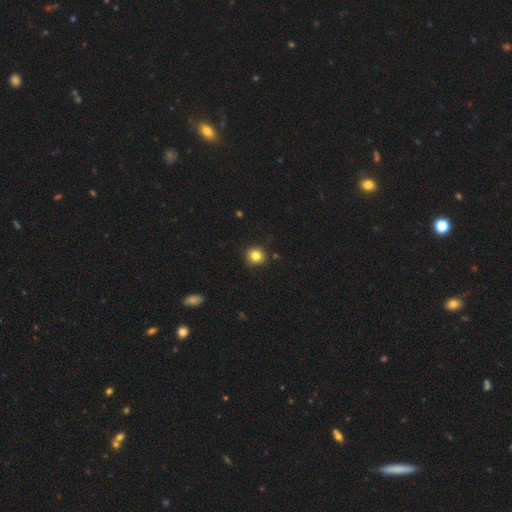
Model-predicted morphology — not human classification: smooth 82%, star or artifact 12%, featured or disk 6%. Down the decision tree: how rounded — round (89%); merging — none (89%).